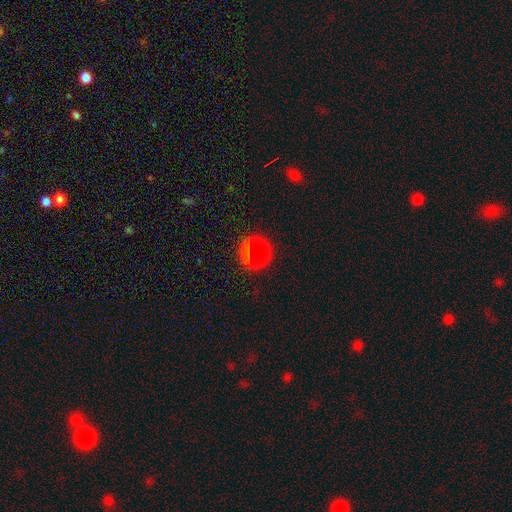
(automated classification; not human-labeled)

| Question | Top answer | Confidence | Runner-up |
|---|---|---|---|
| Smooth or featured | smooth | 76% | star or artifact (18%) |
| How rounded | round | 94% | in between (5%) |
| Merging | none | 88% | minor disturbance (7%) |